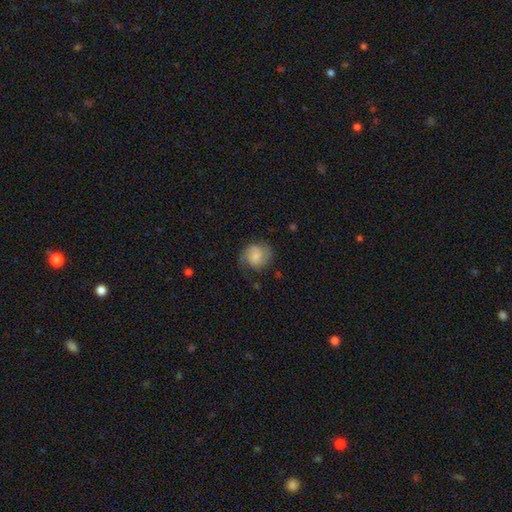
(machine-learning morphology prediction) Overall: smooth (56%; featured or disk 36%). How rounded: round (79%). Merging: none (61%; minor disturbance 25%).